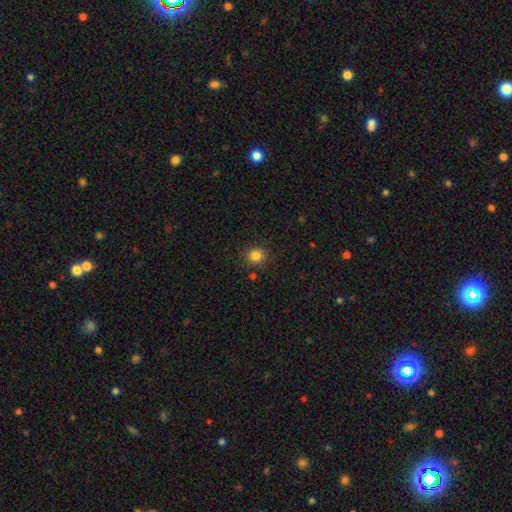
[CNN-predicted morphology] A smooth galaxy with no disk features (83%) that is round (87%). Merging: none (87%).